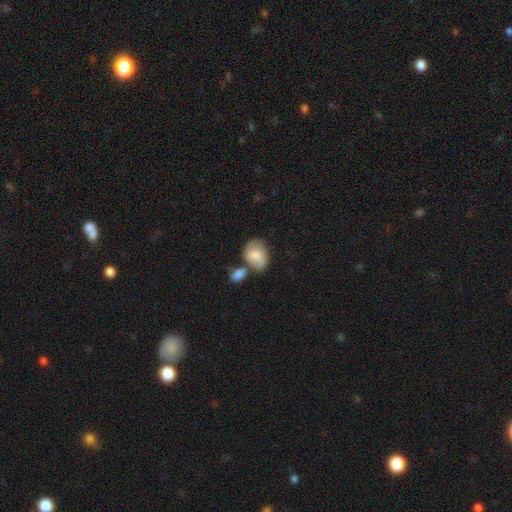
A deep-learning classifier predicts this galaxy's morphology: type=smooth (77%); roundness=in between (70%); merging=merger (38%).